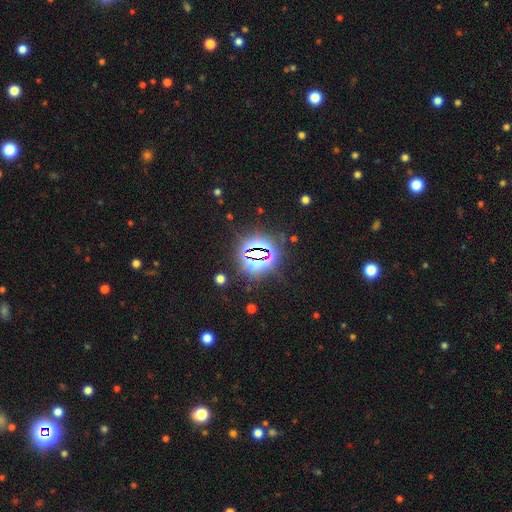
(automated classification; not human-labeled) smooth-or-featured: star or artifact: 80% | smooth: 12% | featured or disk: 8%